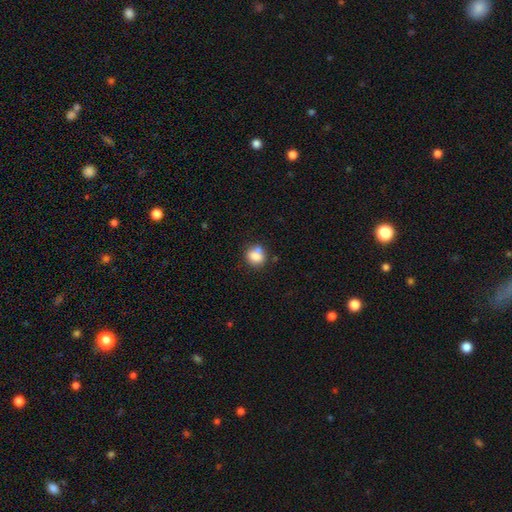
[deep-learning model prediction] smooth 80%, featured or disk 10%, star or artifact 10%. Down the decision tree: how rounded — round (72%); merging — none (57%).